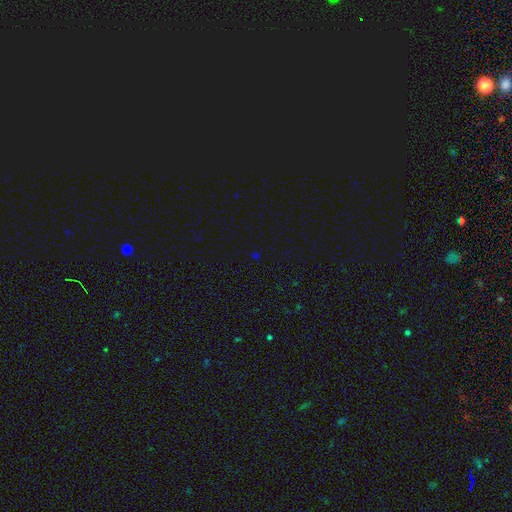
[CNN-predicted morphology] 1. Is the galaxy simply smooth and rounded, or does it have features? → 67% star or artifact, 27% smooth, 7% featured or disk.